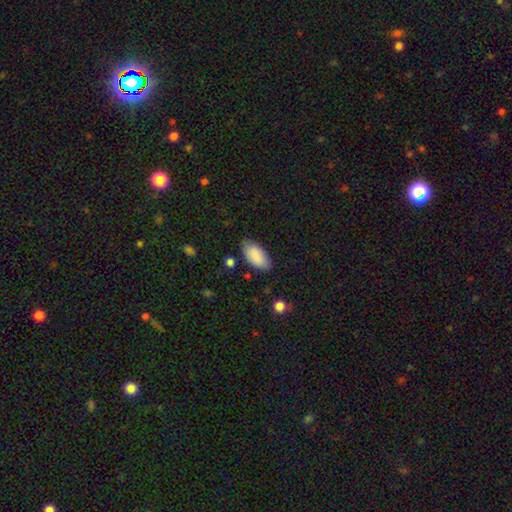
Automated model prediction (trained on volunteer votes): A smooth galaxy with no disk features (88%) that is in between round and cigar-shaped (93%).

Vote fractions:
- Smooth or featured? smooth: 88% / star or artifact: 6% / featured or disk: 6%
- How rounded? in between: 93% / cigar-shaped: 5% / round: 2%
- Merging? none: 80% / minor disturbance: 15% / major disturbance: 3% / merger: 2%